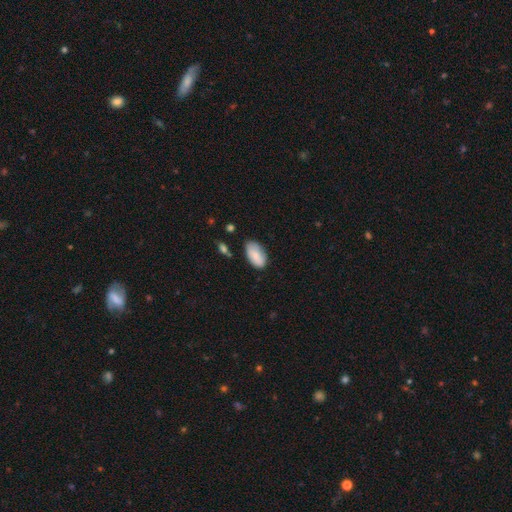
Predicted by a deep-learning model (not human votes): This appears to be a smooth galaxy with no disk features (84%) that is in between round and cigar-shaped (95%). Merging: none (70%).